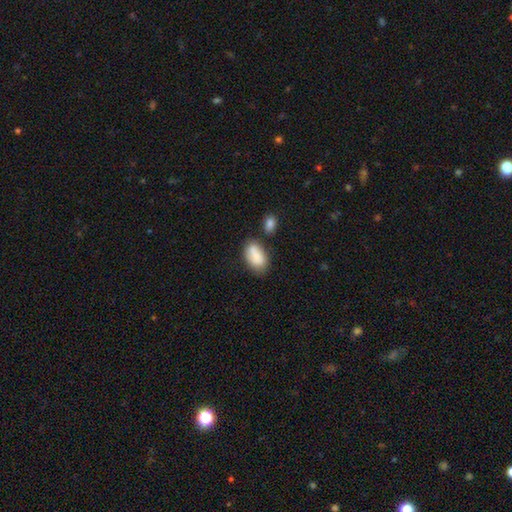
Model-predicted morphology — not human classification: Smooth or featured? smooth (83%)
How rounded? in between (91%)
Merging? none (58%)